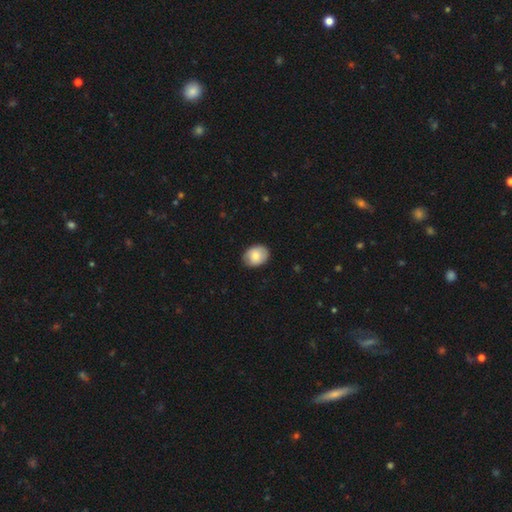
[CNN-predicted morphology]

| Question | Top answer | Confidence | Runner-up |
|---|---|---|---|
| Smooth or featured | smooth | 81% | featured or disk (12%) |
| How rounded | in between | 61% | round (38%) |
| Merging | none | 85% | minor disturbance (12%) |